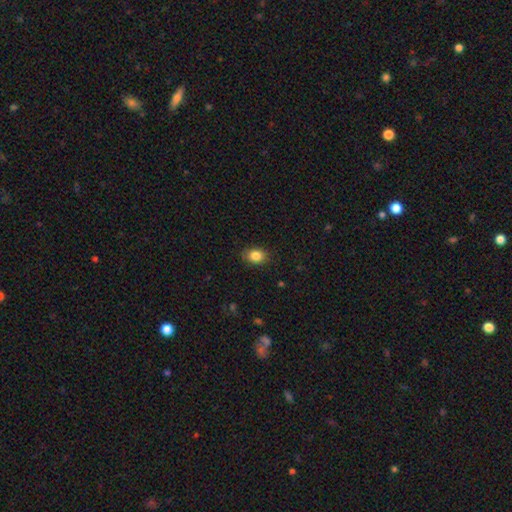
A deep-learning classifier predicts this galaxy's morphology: smooth_or_featured: smooth (p=0.85) [alt: star or artifact p=0.09]
how_rounded: in between (p=0.65) [alt: round p=0.34]
merging: none (p=0.87) [alt: minor disturbance p=0.10]